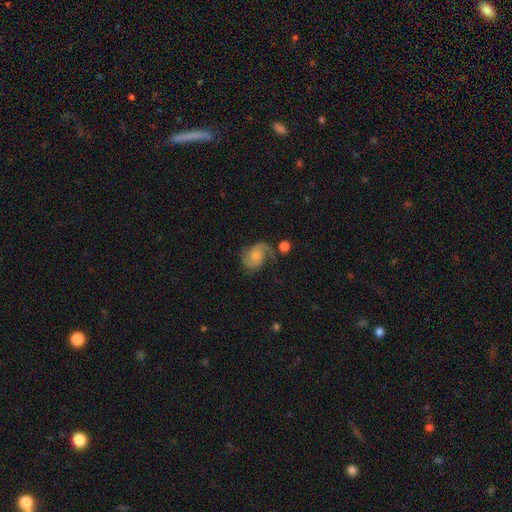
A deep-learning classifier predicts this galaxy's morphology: Smooth or featured? featured or disk (77%)
Edge-on disk? no (98%)
Bar? no (66%)
Spiral arms? yes (95%)
Spiral winding? medium (48%)
Spiral arm count? 2 (79%)
Bulge size? small (35%, tied with moderate)
Merging? none (55%)